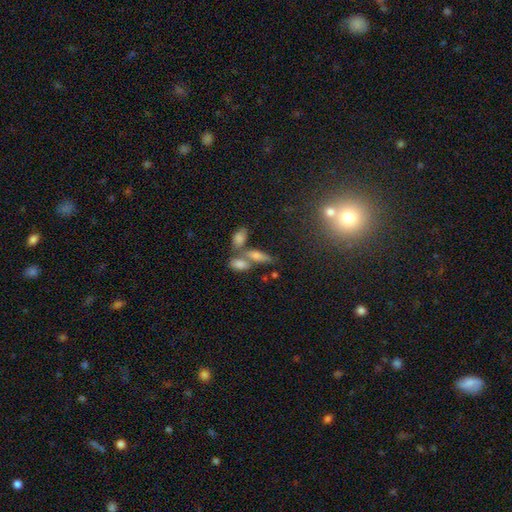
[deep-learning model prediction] Smooth or featured: smooth — 60% (featured or disk — 25%)
How rounded: in between — 61% (cigar-shaped — 32%)
Merging: none — 45% (merger — 38%)